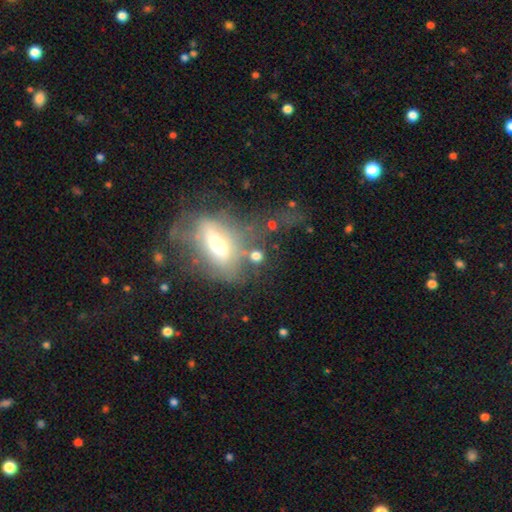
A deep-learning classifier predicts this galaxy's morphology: A smooth galaxy with no disk features (61%) that is round (50%). Merging: none (54%).